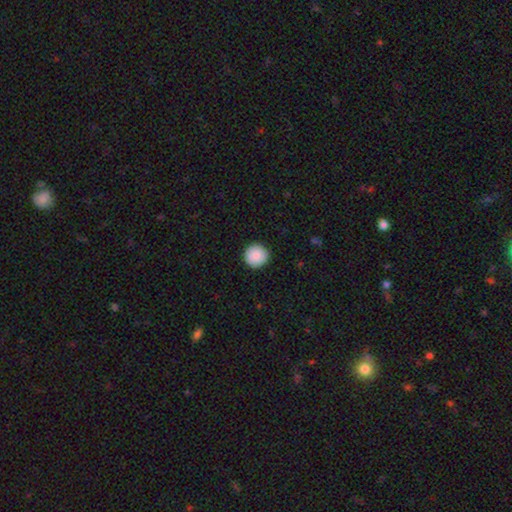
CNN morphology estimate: A smooth galaxy with no disk features (89%) that is round (96%). Merging: none (92%).